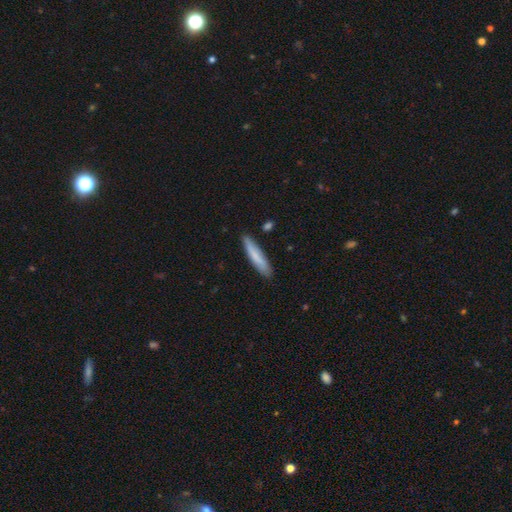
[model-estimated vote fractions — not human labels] This is likely a smooth galaxy (76%). How rounded: clearly cigar-shaped (87%). Merging: clearly none (84%).